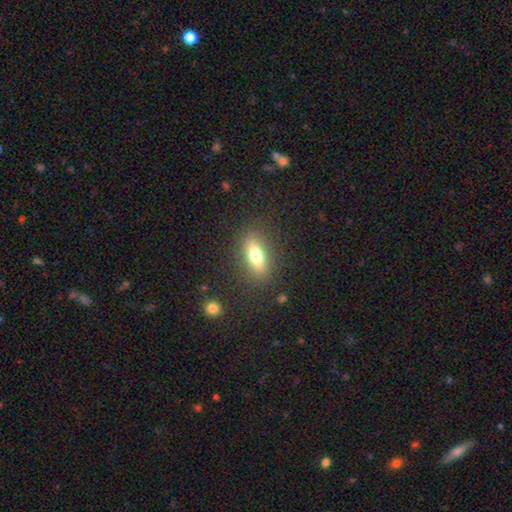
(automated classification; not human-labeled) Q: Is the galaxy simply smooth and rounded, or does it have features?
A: smooth — 68%.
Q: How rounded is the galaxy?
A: in between — 68%.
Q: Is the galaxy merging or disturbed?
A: none — 85%.